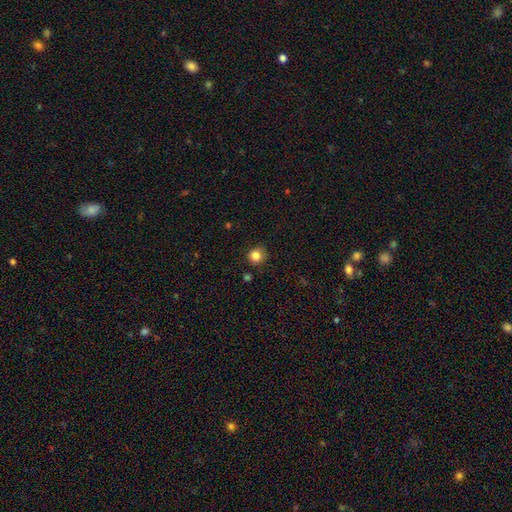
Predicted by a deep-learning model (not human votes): This appears to be a smooth galaxy with no disk features (84%) that is round (91%). Merging: none (85%).